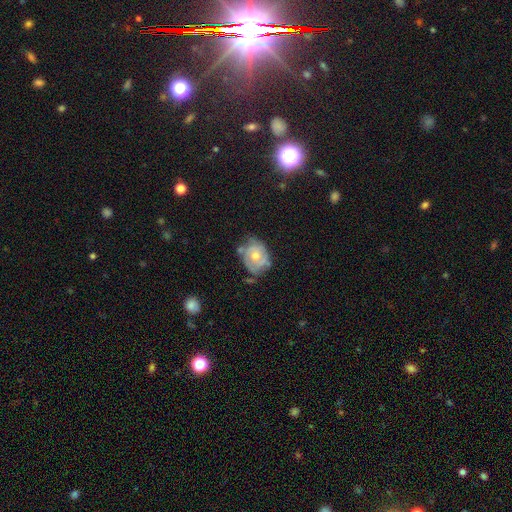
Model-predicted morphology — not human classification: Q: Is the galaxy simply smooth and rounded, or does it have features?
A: featured or disk — 53%.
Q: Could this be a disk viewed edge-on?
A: no — 96%.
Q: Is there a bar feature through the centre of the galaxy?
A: no — 85%.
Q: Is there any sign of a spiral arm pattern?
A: yes — 52%.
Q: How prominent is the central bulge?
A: moderate — 64%.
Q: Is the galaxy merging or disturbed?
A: none — 46%.